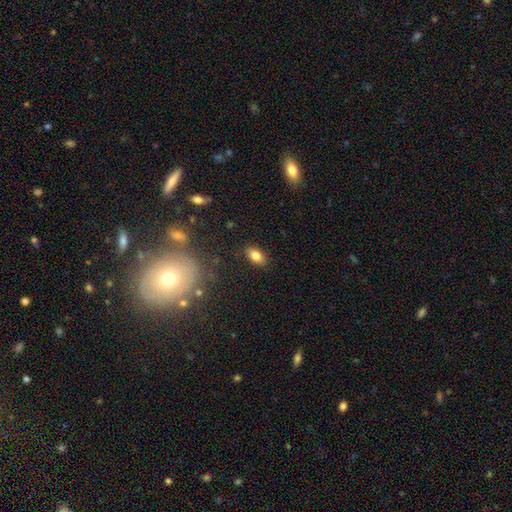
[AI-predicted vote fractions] Smooth or featured? Predicted: smooth (p=0.81). How rounded? Predicted: in between (p=0.88). Merging? Predicted: none (p=0.86).